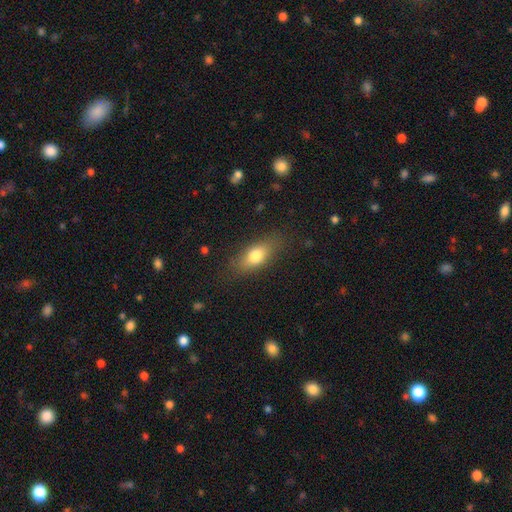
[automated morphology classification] Q: Smooth or featured?
A: smooth (75%); runner-up: featured or disk (17%)
Q: How rounded?
A: in between (77%); runner-up: cigar-shaped (15%)
Q: Merging?
A: none (80%); runner-up: minor disturbance (14%)